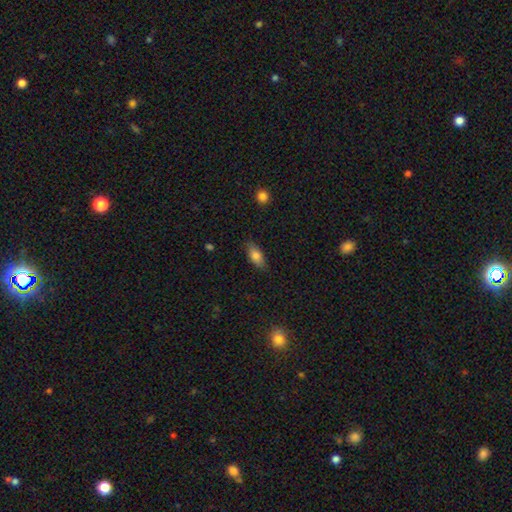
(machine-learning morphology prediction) Smooth or featured? Predicted: smooth (p=0.79). How rounded? Predicted: in between (p=0.84). Merging? Predicted: none (p=0.84).